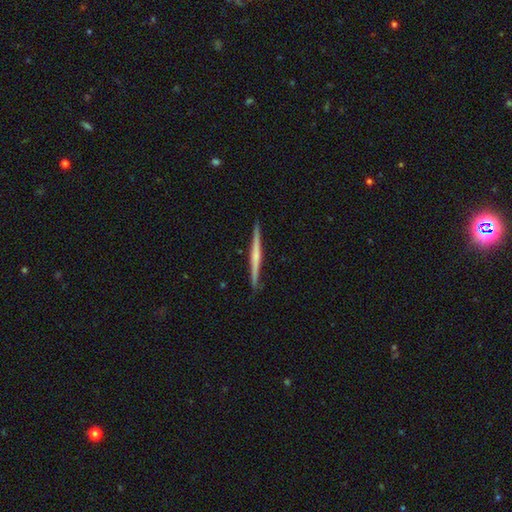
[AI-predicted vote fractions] smooth-or-featured: featured or disk: 66% | smooth: 28% | star or artifact: 5%
  disk-edge-on: yes: 98% | no: 2%
    edge-on-bulge: none: 47% | rounded: 40% | boxy: 13%
  merging: none: 92% | minor disturbance: 6% | major disturbance: 1% | merger: 1%